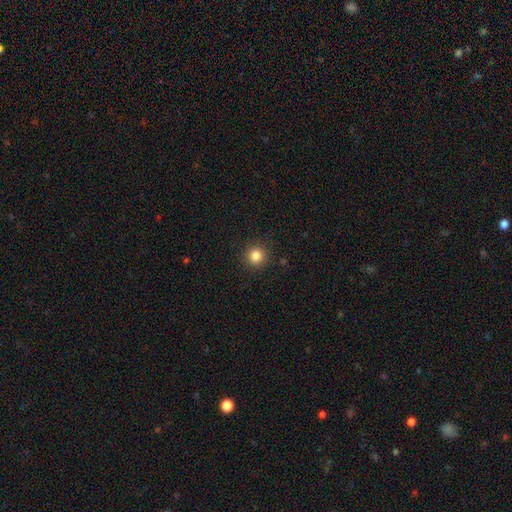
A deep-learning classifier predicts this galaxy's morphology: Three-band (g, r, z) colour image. It shows a smooth galaxy with no disk features (84%) that is round (94%). Merging: none (91%).